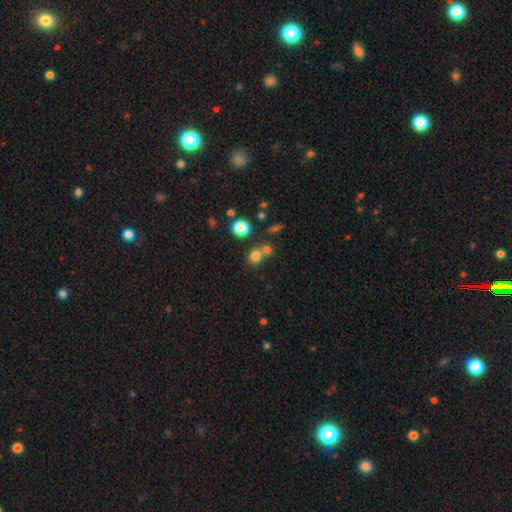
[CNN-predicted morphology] The model was most divided on "merging": none: 53%, merger: 36%, minor disturbance: 8%, major disturbance: 4%. More confident: how rounded — round (80%); smooth or featured — smooth (76%).